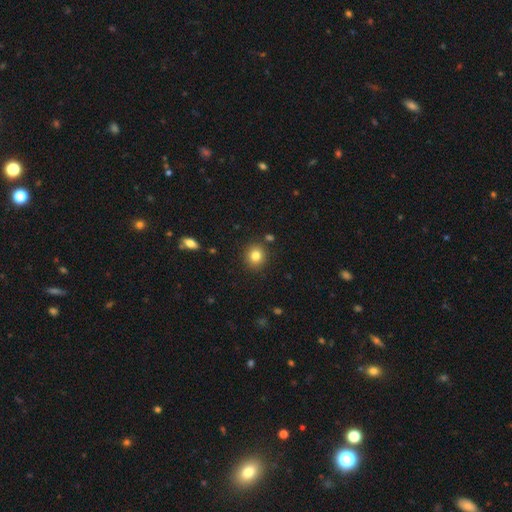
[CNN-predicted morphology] Smooth or featured?
  - smooth: 81% *
  - star or artifact: 11%
  - featured or disk: 7%
How rounded?
  - round: 83% *
  - in between: 16%
  - cigar-shaped: 1%
Merging?
  - none: 88% *
  - minor disturbance: 7%
  - merger: 3%
  - major disturbance: 2%